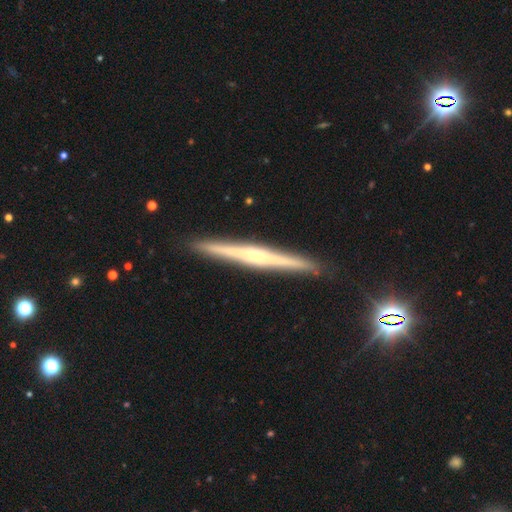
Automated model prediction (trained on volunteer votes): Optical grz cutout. It shows a featured or disk galaxy (78%) viewed edge-on (98%) with a rounded central bulge (64%). Merging: none (91%).